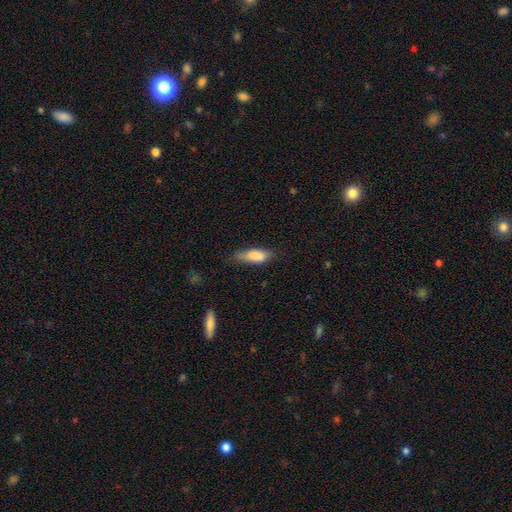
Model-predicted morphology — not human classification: This appears to be a smooth galaxy with no disk features (82%) that is in between round and cigar-shaped (61%). Merging: none (60%).